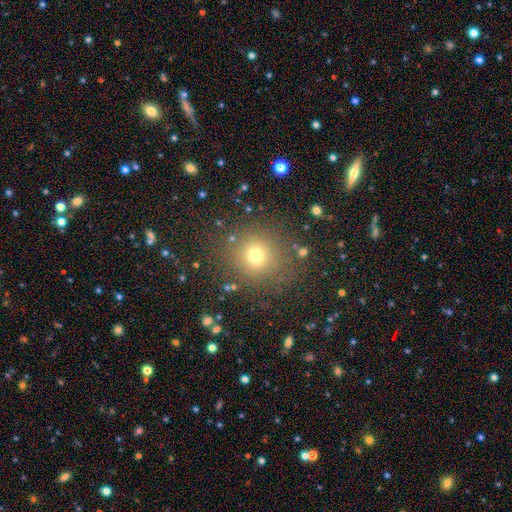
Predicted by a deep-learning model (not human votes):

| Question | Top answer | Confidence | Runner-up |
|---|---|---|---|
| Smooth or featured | smooth | 70% | star or artifact (22%) |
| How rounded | round | 88% | in between (11%) |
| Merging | none | 85% | minor disturbance (8%) |